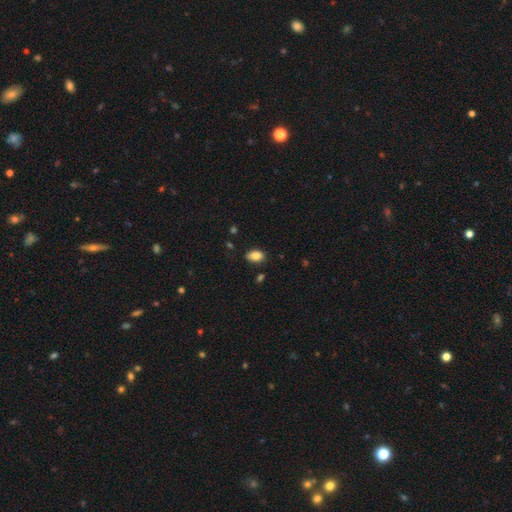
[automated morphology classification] A smooth galaxy with no disk features (85%) that is in between round and cigar-shaped (88%). Merging: none (83%).